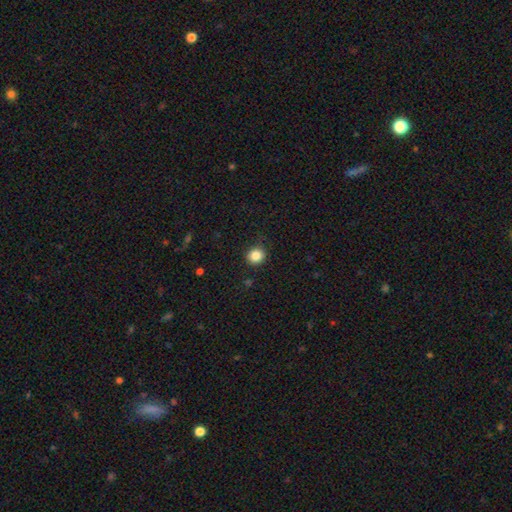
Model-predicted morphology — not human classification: Smooth or featured? smooth (85%)
How rounded? round (90%)
Merging? none (89%)